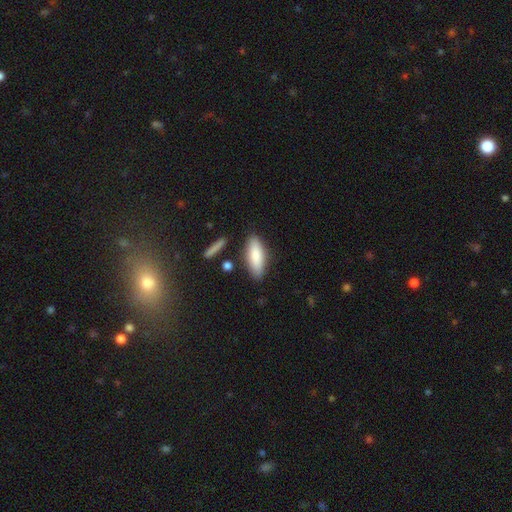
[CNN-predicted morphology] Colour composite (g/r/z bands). It shows a smooth galaxy with no disk features (82%) that is in between round and cigar-shaped (64%). Merging: none (81%).